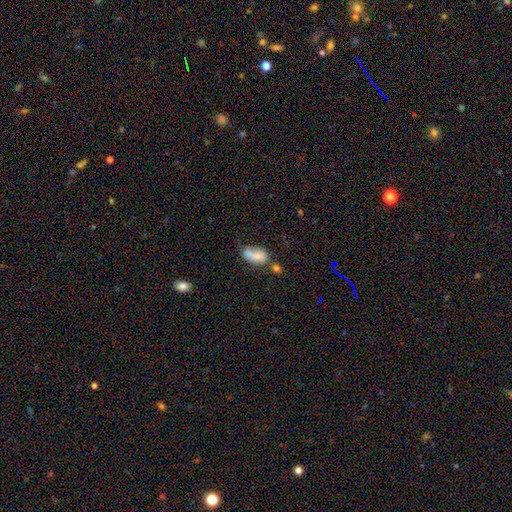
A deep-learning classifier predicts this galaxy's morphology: type=smooth (70%); roundness=in between (89%); merging=none (37%).